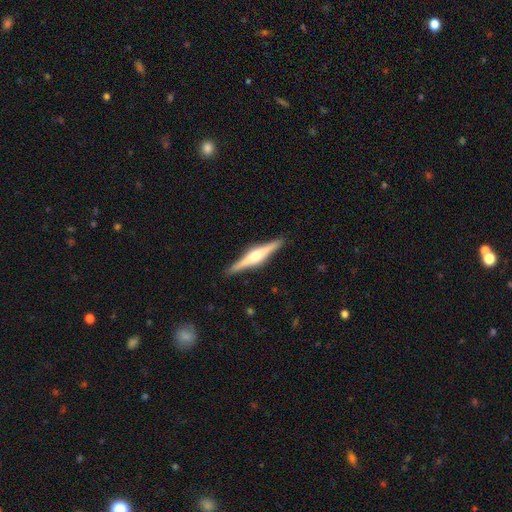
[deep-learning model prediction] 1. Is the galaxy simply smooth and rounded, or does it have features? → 79% featured or disk, 16% smooth, 5% star or artifact.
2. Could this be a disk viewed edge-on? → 98% yes, 2% no.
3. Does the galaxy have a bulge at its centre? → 89% rounded, 8% boxy, 2% none.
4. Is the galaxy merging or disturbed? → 91% none, 7% minor disturbance, 1% major disturbance, 1% merger.